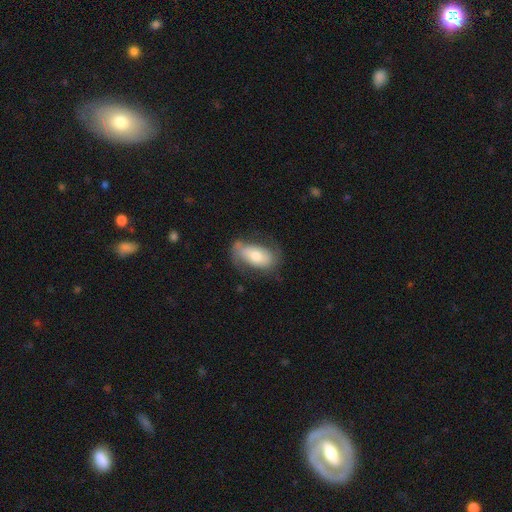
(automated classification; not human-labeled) This is possibly a smooth galaxy (55%). How rounded: clearly in between (90%). Merging: possibly none (56%).